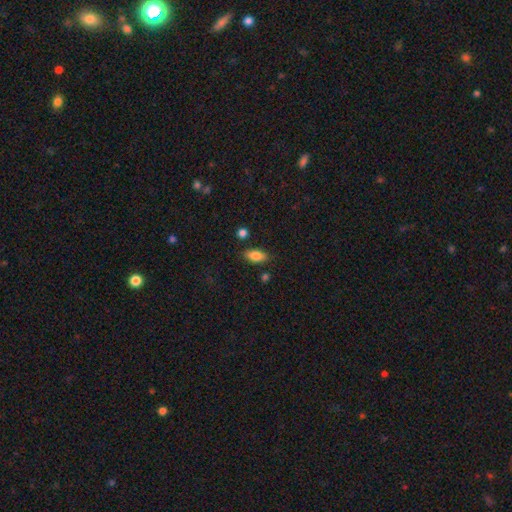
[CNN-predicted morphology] type=smooth (84%); roundness=in between (88%); merging=none (83%).